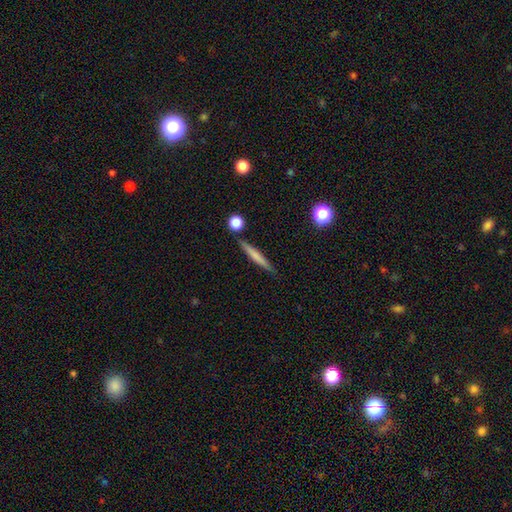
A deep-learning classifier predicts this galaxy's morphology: This appears to be a smooth galaxy with no disk features (64%) that is cigar-shaped (94%). Merging: none (85%).